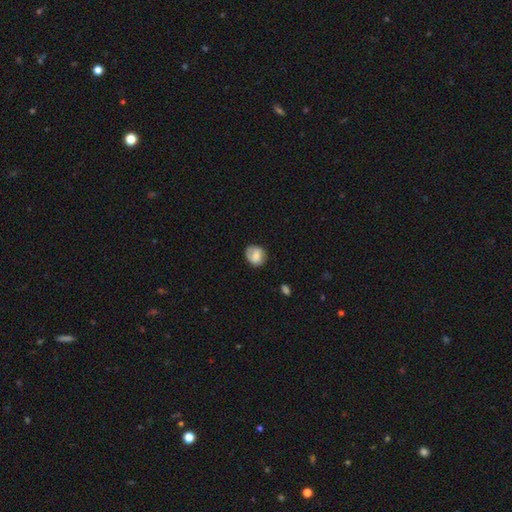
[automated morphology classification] A smooth galaxy with no disk features (71%) that is round (71%).

Vote fractions:
- Smooth or featured? smooth: 71% / featured or disk: 21% / star or artifact: 8%
- How rounded? round: 71% / in between: 28% / cigar-shaped: 1%
- Merging? none: 70% / minor disturbance: 23% / major disturbance: 6% / merger: 2%